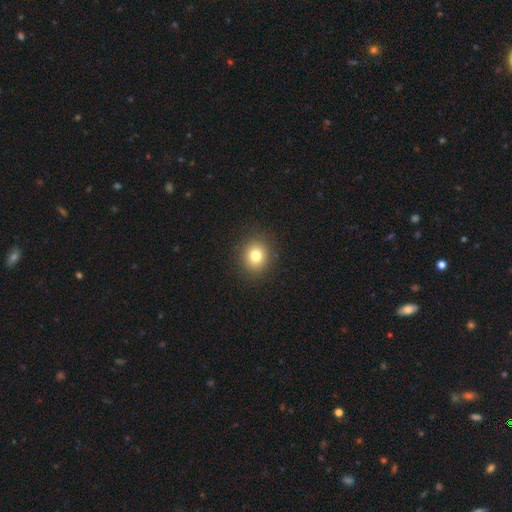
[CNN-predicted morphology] smooth-or-featured: smooth: 79% | star or artifact: 12% | featured or disk: 9%
  how-rounded: round: 77% | in between: 22% | cigar-shaped: 1%
  merging: none: 90% | minor disturbance: 6% | major disturbance: 2% | merger: 1%